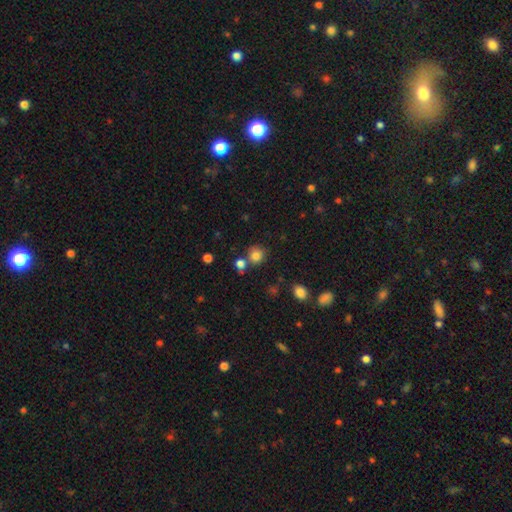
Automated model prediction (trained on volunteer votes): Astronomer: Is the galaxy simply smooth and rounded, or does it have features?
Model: smooth — 82%.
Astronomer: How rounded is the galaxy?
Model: round — 87%.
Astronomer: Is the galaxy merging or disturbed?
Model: none — 68%.